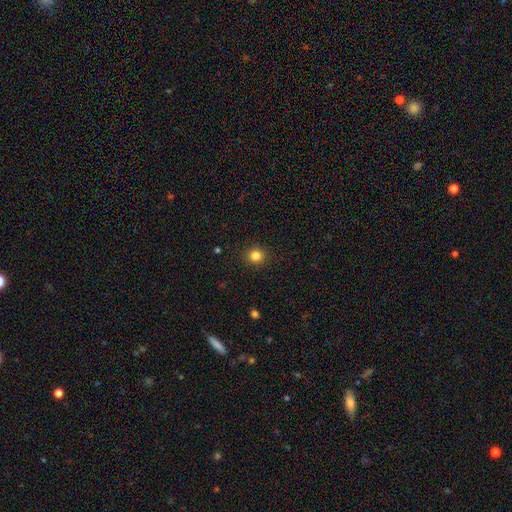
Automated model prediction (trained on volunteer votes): This is clearly a smooth galaxy (83%). How rounded: clearly round (88%). Merging: clearly none (91%).